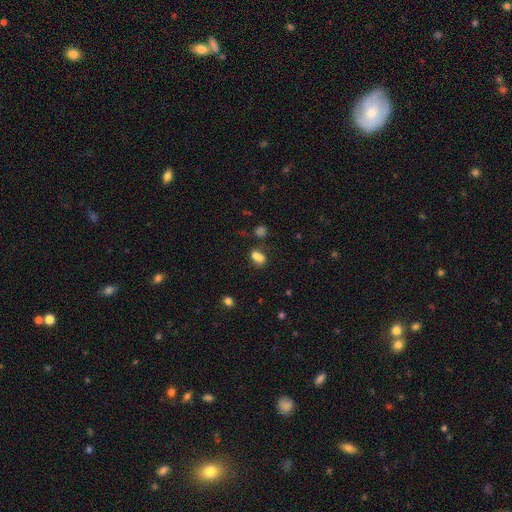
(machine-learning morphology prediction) Smooth or featured: smooth — 76% (star or artifact — 14%)
How rounded: in between — 72% (round — 23%)
Merging: none — 41% (merger — 38%)